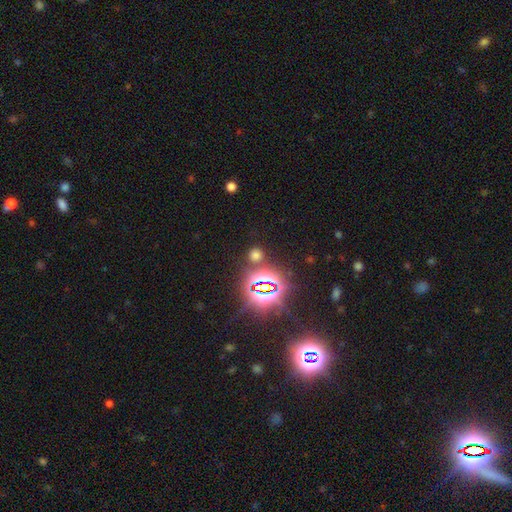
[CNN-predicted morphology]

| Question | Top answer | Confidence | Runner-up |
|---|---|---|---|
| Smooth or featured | smooth | 52% | star or artifact (42%) |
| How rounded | round | 83% | in between (15%) |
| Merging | none | 81% | merger (8%) |